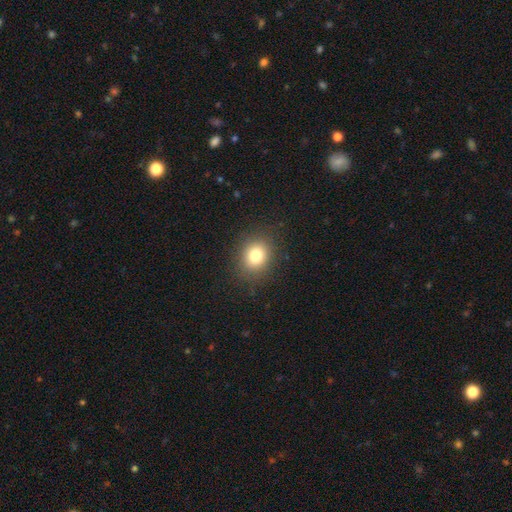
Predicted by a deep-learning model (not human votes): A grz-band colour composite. It shows a smooth galaxy with no disk features (79%) that is round (63%). Merging: none (87%).